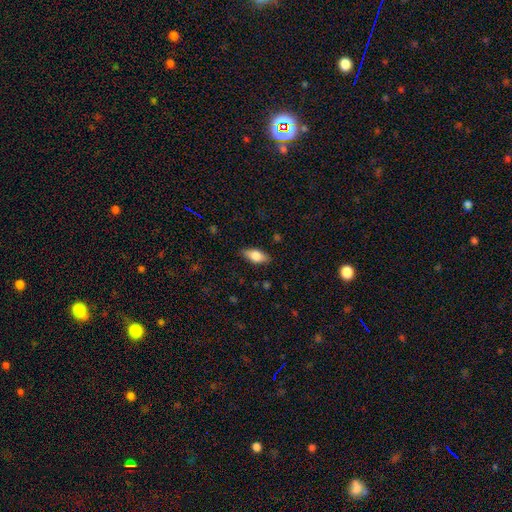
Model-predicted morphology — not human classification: smooth_or_featured: smooth (p=0.71) [alt: featured or disk p=0.22]
how_rounded: in between (p=0.83) [alt: cigar-shaped p=0.13]
merging: none (p=0.86) [alt: minor disturbance p=0.10]